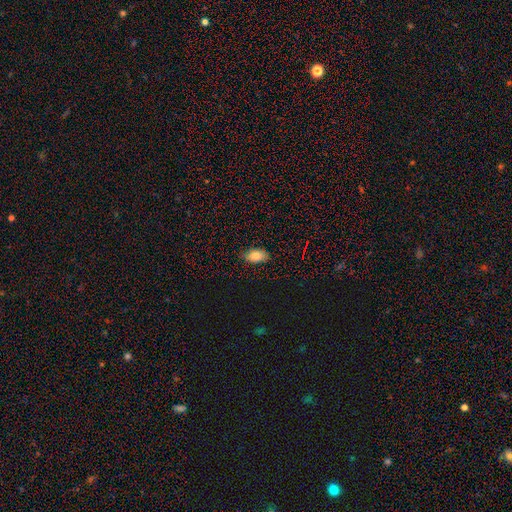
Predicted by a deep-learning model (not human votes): Morphology: type=smooth (79%); roundness=in between (90%); merging=none (81%).